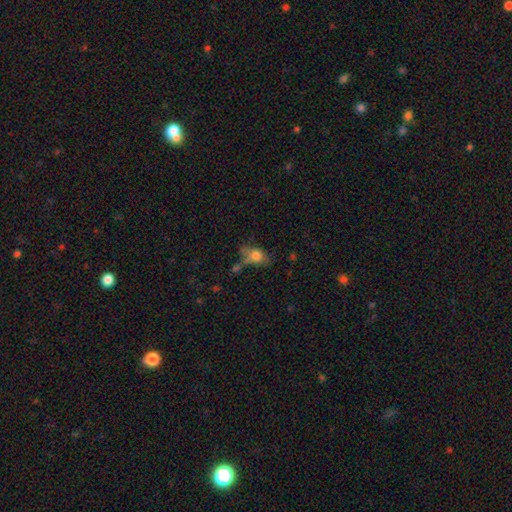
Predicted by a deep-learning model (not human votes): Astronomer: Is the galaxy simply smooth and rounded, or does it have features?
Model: smooth — 72%.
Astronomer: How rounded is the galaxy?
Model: in between — 73%.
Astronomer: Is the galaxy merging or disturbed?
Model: none — 43% (runner-up: minor disturbance, 25%).